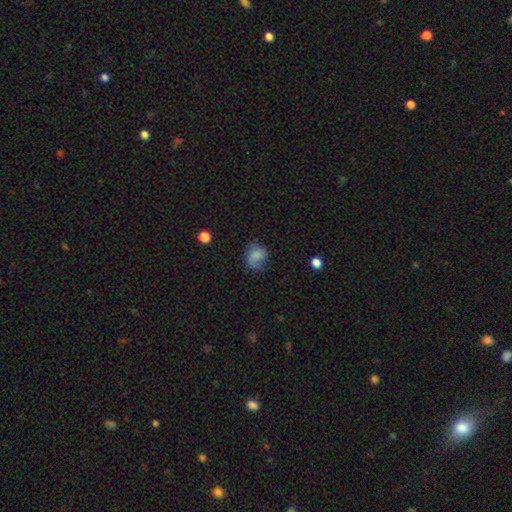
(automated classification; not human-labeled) smooth_or_featured: smooth (p=0.70) [alt: featured or disk p=0.20]
how_rounded: round (p=0.57) [alt: in between p=0.42]
merging: none (p=0.49) [alt: minor disturbance p=0.29]